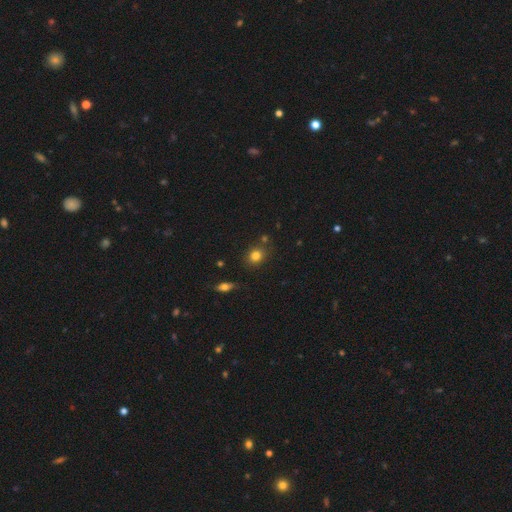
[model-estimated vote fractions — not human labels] The model was most divided on "how rounded": round: 65%, in between: 34%, cigar-shaped: 1%. More confident: smooth or featured — smooth (81%); merging — none (79%).